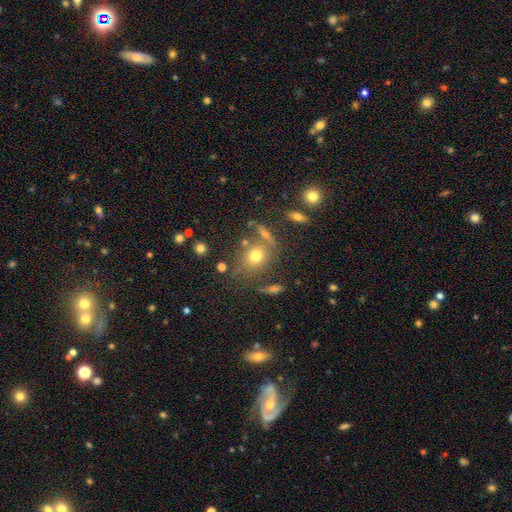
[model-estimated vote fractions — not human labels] smooth-or-featured: smooth: 69% | star or artifact: 16% | featured or disk: 15%
  how-rounded: round: 71% | in between: 27% | cigar-shaped: 2%
  merging: none: 67% | minor disturbance: 14% | merger: 13% | major disturbance: 6%